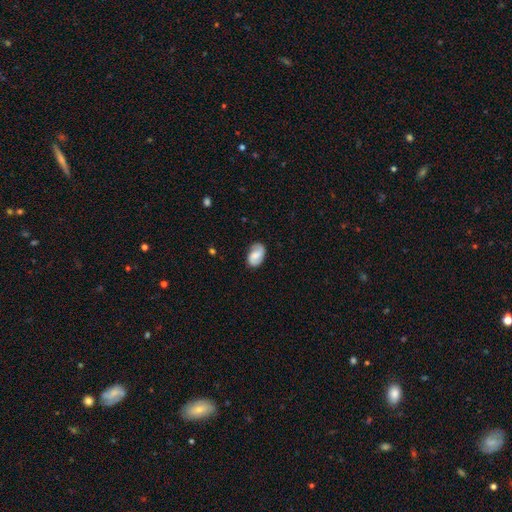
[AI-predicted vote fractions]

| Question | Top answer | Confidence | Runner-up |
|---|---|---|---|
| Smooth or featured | featured or disk | 52% | smooth (41%) |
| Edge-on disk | no | 97% | yes (3%) |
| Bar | weak | 47% | no (38%) |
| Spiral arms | yes | 90% | no (10%) |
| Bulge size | moderate | 34% | small (29%) |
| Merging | none | 80% | minor disturbance (15%) |